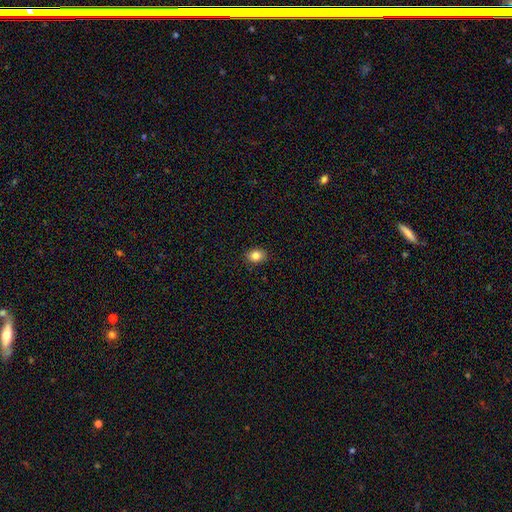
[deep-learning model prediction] Smooth or featured: smooth — 83% (star or artifact — 10%)
How rounded: in between — 63% (round — 36%)
Merging: none — 89% (minor disturbance — 8%)